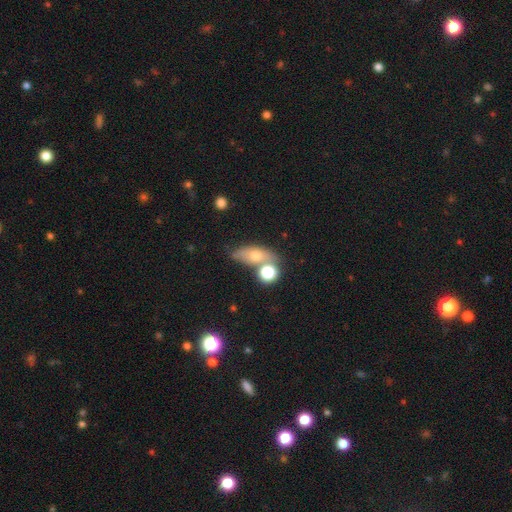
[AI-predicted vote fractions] smooth_or_featured: smooth (p=0.62) [alt: featured or disk p=0.27]
how_rounded: in between (p=0.67) [alt: cigar-shaped p=0.17]
merging: none (p=0.51) [alt: merger p=0.26]